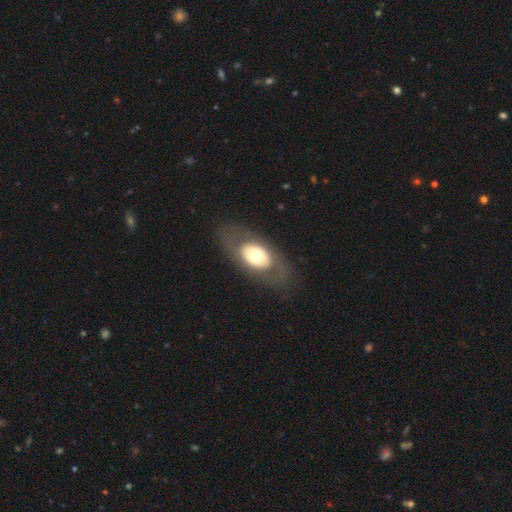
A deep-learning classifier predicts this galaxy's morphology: Smooth or featured? Predicted: smooth (p=0.52). How rounded? Predicted: in between (p=0.84). Merging? Predicted: none (p=0.76).